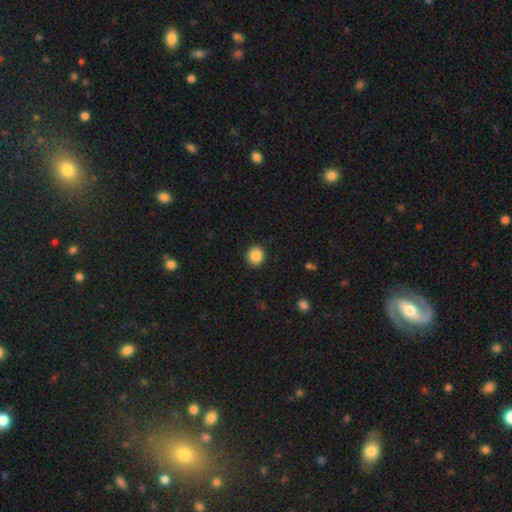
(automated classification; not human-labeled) This appears to be a smooth galaxy with no disk features (87%) that is round (91%). Merging: none (92%).